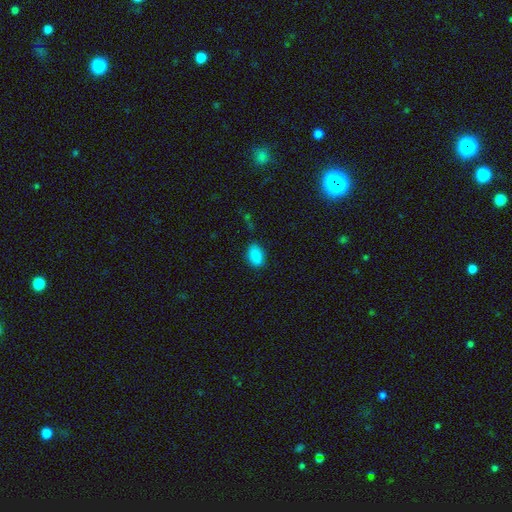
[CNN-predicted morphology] This is clearly a smooth galaxy (87%). How rounded: clearly in between (86%). Merging: clearly none (81%).